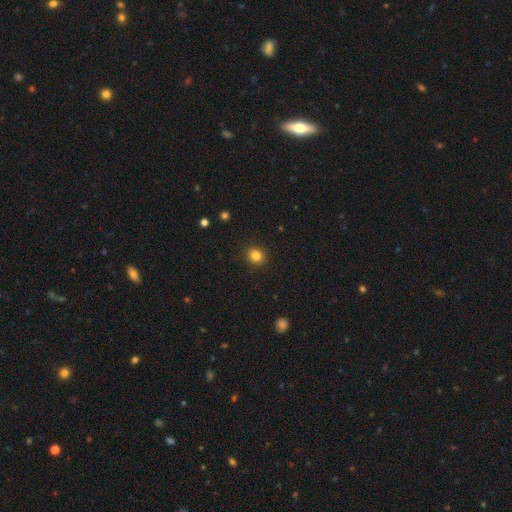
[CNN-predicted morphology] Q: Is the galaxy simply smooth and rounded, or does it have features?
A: smooth — 84%.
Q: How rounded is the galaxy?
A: round — 88%.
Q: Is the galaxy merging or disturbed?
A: none — 92%.